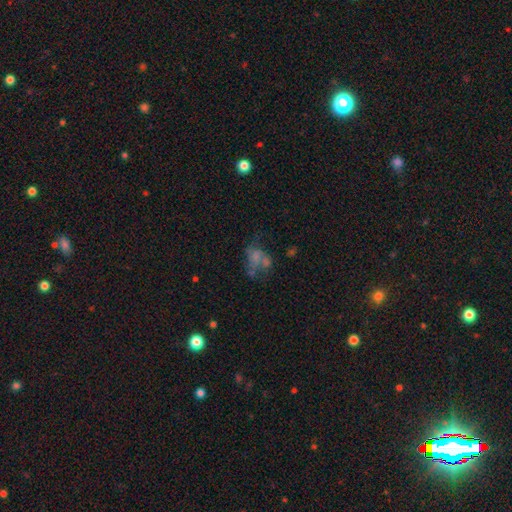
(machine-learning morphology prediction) Smooth or featured: smooth — 40% (featured or disk — 37%)
Merging: none — 30% (merger — 28%)